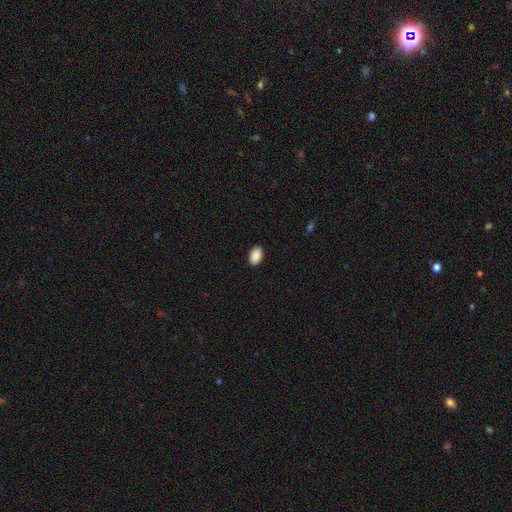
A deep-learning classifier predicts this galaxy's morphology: type=smooth (90%); roundness=in between (90%); merging=none (90%).